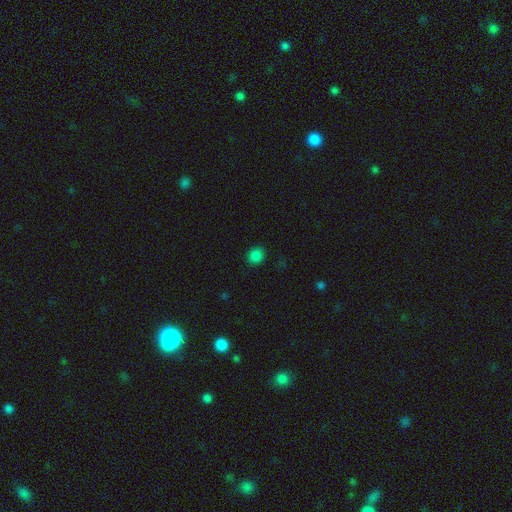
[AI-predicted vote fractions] Smooth or featured: smooth — 83% (star or artifact — 13%)
How rounded: round — 76% (in between — 23%)
Merging: none — 89% (minor disturbance — 8%)